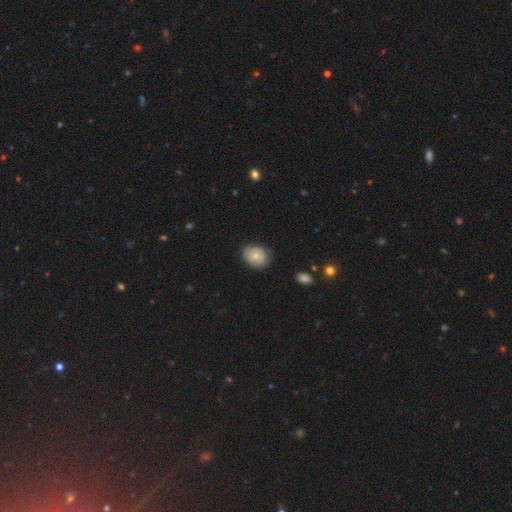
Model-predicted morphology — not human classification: type=smooth (69%); roundness=in between (54%); merging=none (75%).